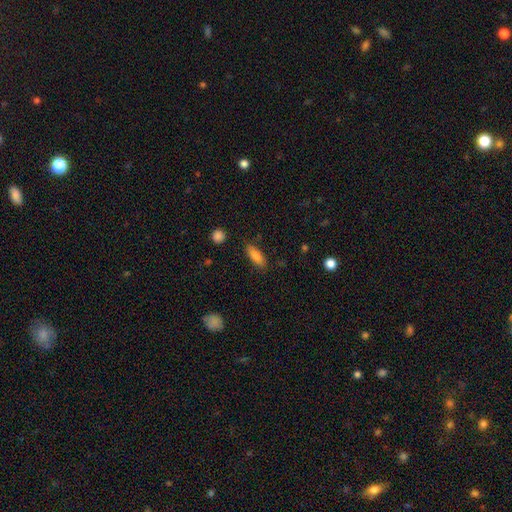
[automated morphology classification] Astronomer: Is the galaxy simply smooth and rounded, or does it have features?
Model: smooth — 82%.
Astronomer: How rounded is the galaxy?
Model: in between — 66%.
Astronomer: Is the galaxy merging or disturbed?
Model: none — 83%.